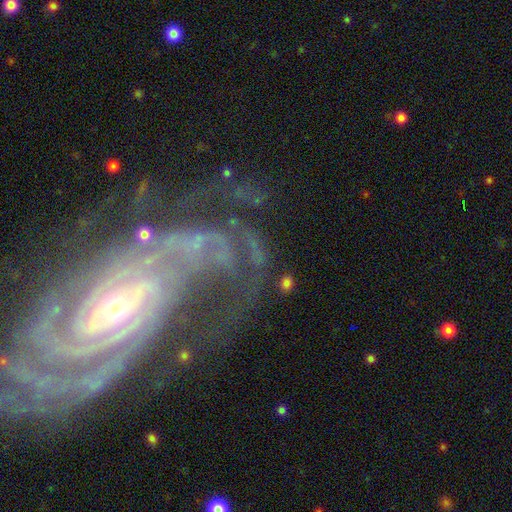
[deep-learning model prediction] A featured or disk galaxy (71%) with no bar (43%), 2 (32%) tight (44%) spiral arms (82%) and a small central bulge (53%). Merging: none (49%).